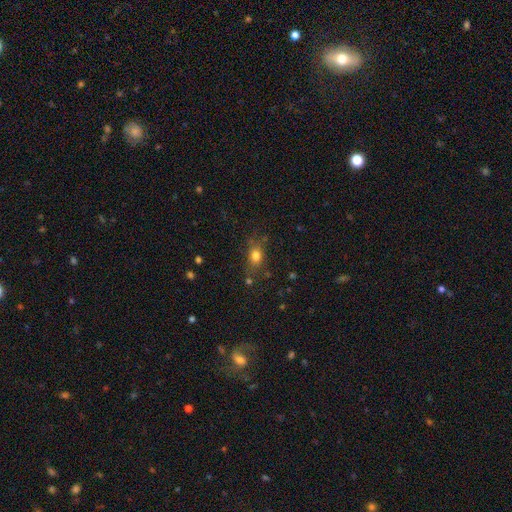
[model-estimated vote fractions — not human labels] A smooth galaxy with no disk features (77%) that is in between round and cigar-shaped (61%).

Vote fractions:
- Smooth or featured? smooth: 77% / star or artifact: 13% / featured or disk: 11%
- How rounded? in between: 61% / round: 34% / cigar-shaped: 5%
- Merging? none: 68% / minor disturbance: 19% / major disturbance: 8% / merger: 4%